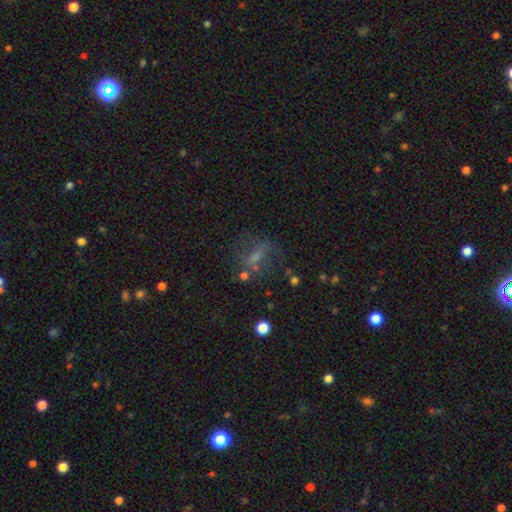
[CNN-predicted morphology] Smooth or featured?
  - smooth: 40% *
  - featured or disk: 35%
  - star or artifact: 25%
Merging?
  - none: 49% *
  - major disturbance: 25%
  - minor disturbance: 19%
  - merger: 7%